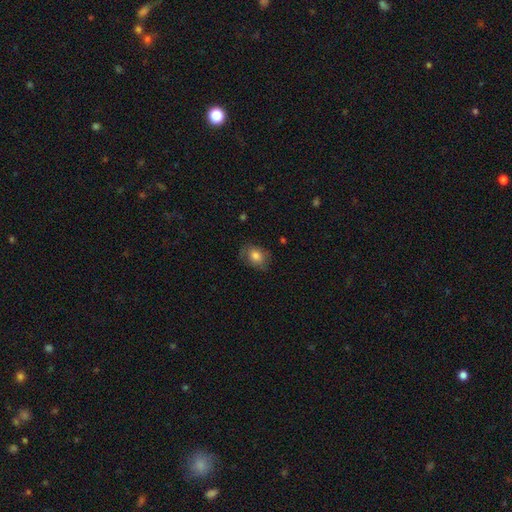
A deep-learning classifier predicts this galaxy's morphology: A smooth galaxy with no disk features (76%) that is in between round and cigar-shaped (61%).

Vote fractions:
- Smooth or featured? smooth: 76% / featured or disk: 15% / star or artifact: 9%
- How rounded? in between: 61% / round: 38% / cigar-shaped: 1%
- Merging? none: 70% / minor disturbance: 21% / major disturbance: 7% / merger: 1%